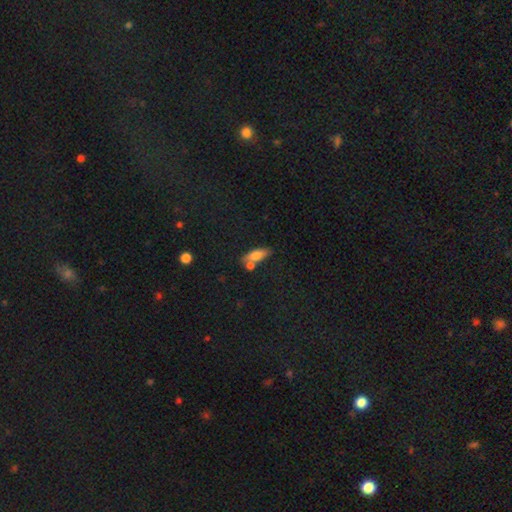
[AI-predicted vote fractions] This is likely a smooth galaxy (70%). How rounded: likely in between (66%). Merging: possibly none (58%).